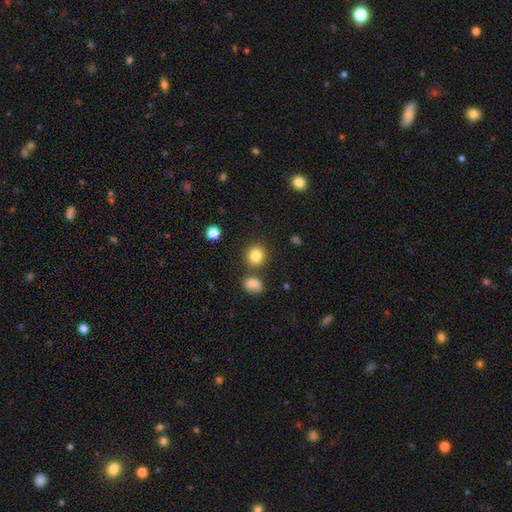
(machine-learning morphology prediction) This is clearly a smooth galaxy (84%). How rounded: clearly round (85%). Merging: clearly none (80%).